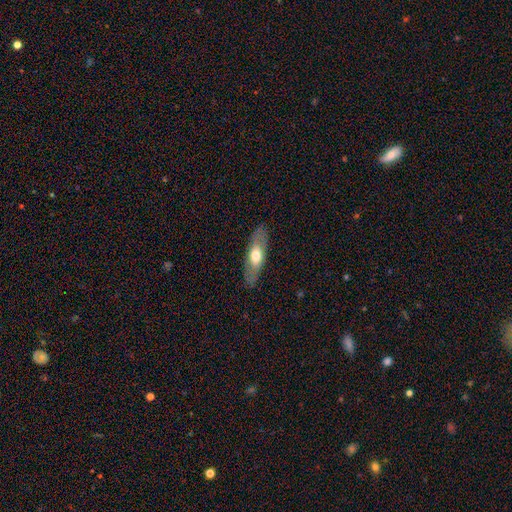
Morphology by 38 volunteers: A smooth galaxy with no disk features (47%) that is cigar-shaped (67%).

Vote fractions:
- Smooth or featured? smooth: 47% / featured or disk: 45% / star or artifact: 8%
- How rounded? cigar-shaped: 67% / in between: 33% / round: 0%
- Merging? none: 89% / minor disturbance: 9% / major disturbance: 3% / merger: 0%